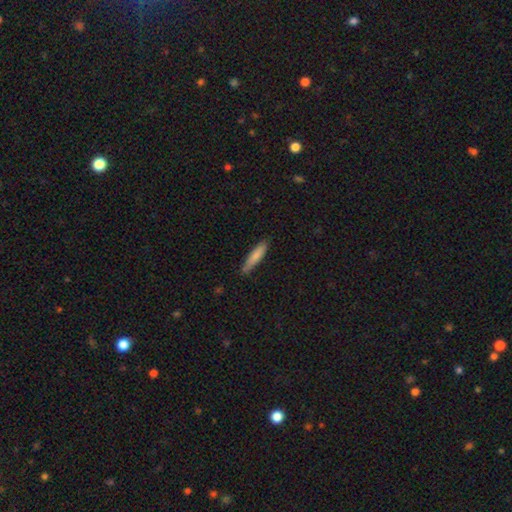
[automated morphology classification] Smooth or featured: smooth — 81% (featured or disk — 13%)
How rounded: cigar-shaped — 83% (in between — 16%)
Merging: none — 82% (minor disturbance — 14%)